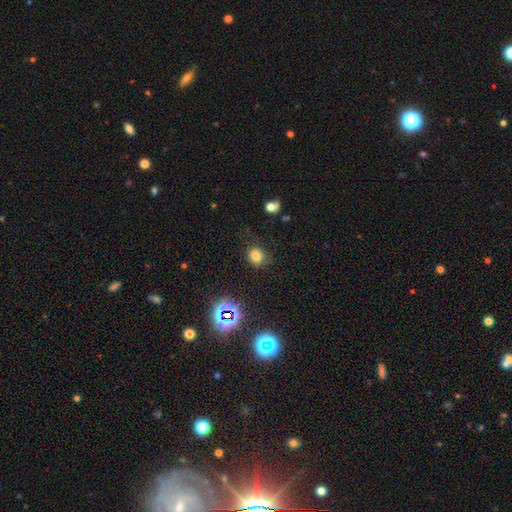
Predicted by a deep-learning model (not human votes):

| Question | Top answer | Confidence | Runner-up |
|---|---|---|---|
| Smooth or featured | smooth | 74% | star or artifact (19%) |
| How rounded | round | 70% | in between (29%) |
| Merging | none | 77% | minor disturbance (15%) |